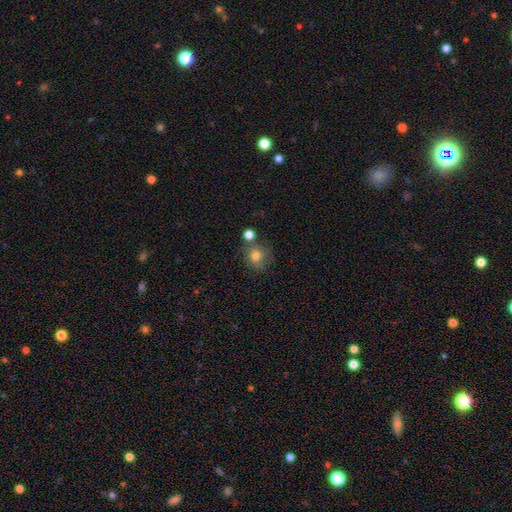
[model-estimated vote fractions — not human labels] smooth 79%, star or artifact 11%, featured or disk 10%. Down the decision tree: how rounded — round (88%); merging — none (66%).